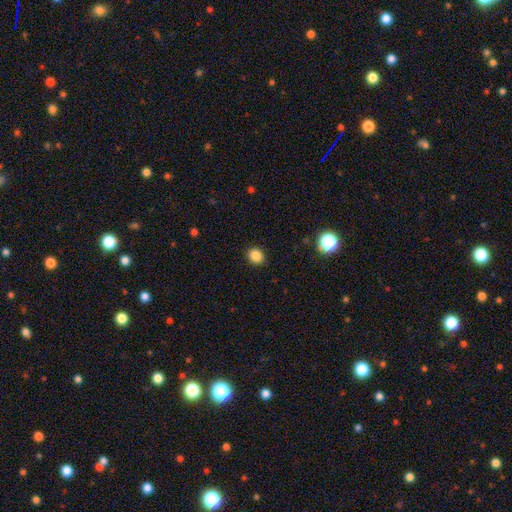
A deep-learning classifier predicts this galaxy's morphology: smooth-or-featured: smooth: 86% | star or artifact: 11% | featured or disk: 3%
  how-rounded: round: 69% | in between: 30% | cigar-shaped: 1%
  merging: none: 90% | minor disturbance: 7% | major disturbance: 2% | merger: 1%